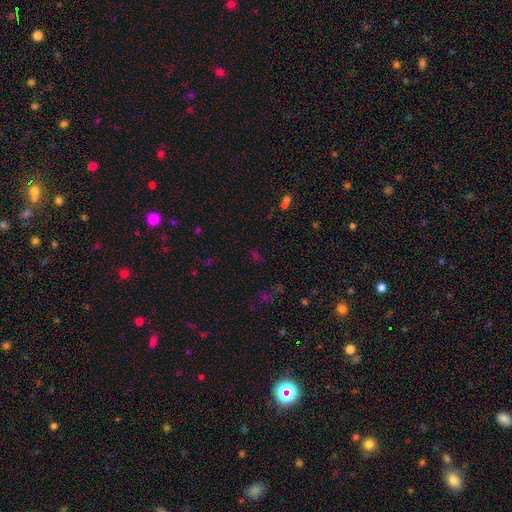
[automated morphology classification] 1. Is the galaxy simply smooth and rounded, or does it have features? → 54% star or artifact, 36% smooth, 9% featured or disk.